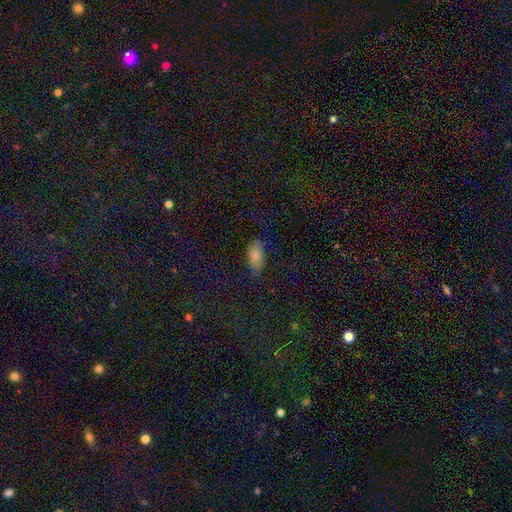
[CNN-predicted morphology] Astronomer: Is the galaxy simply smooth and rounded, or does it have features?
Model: smooth — 83%.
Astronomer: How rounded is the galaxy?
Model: in between — 92%.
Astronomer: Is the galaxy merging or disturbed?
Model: none — 74%.